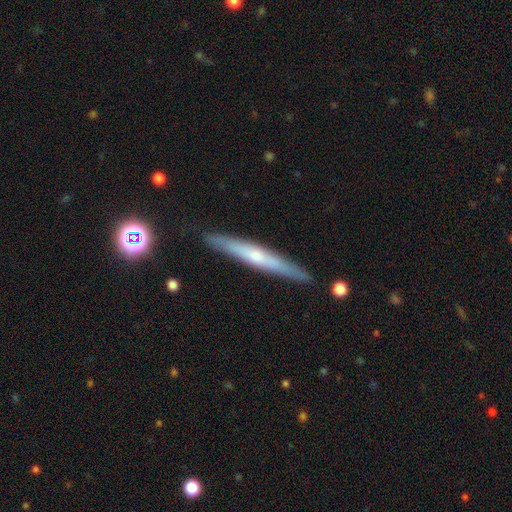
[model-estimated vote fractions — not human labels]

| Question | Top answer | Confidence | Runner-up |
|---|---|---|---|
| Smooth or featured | featured or disk | 56% | smooth (38%) |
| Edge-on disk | yes | 93% | no (7%) |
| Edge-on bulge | rounded | 61% | none (34%) |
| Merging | none | 89% | minor disturbance (8%) |